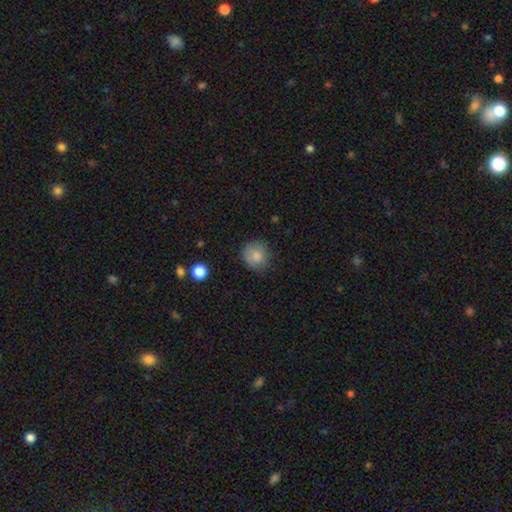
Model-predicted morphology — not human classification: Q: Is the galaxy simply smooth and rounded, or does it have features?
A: smooth — 83%.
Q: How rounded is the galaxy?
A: round — 88%.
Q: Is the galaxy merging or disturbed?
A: none — 79%.